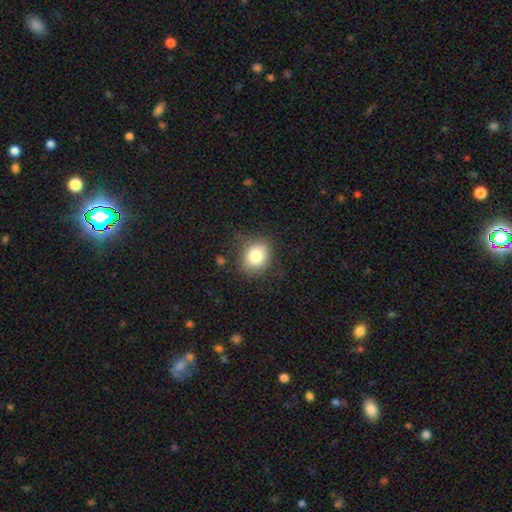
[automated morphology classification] Smooth or featured? smooth (82%)
How rounded? round (57%)
Merging? none (78%)